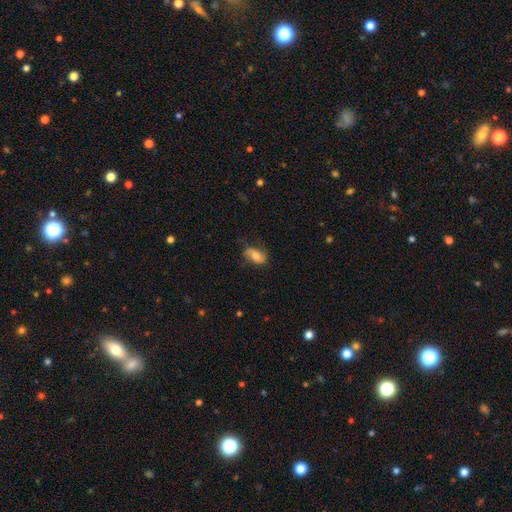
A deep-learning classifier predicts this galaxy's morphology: Smooth or featured?
  - smooth: 57% *
  - featured or disk: 35%
  - star or artifact: 9%
How rounded?
  - in between: 88% *
  - round: 9%
  - cigar-shaped: 3%
Merging?
  - none: 63% *
  - minor disturbance: 25%
  - major disturbance: 10%
  - merger: 2%